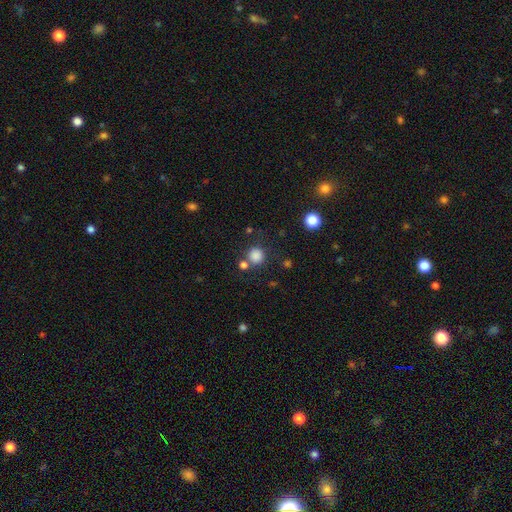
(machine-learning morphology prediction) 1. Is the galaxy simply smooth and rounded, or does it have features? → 84% smooth, 12% star or artifact, 4% featured or disk.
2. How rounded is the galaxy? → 91% round, 8% in between, 1% cigar-shaped.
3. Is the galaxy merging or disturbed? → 74% none, 12% merger, 9% minor disturbance, 4% major disturbance.